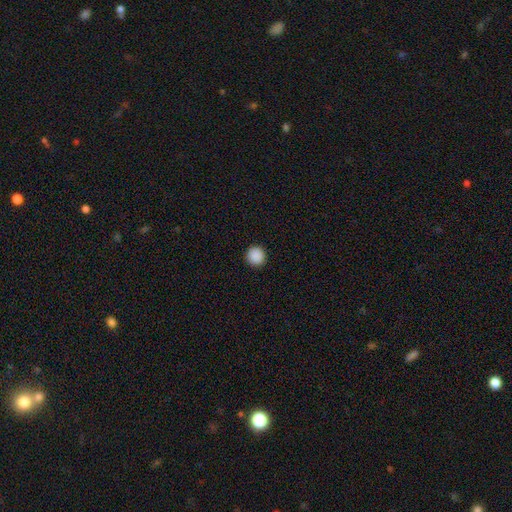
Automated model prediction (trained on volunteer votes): Smooth or featured? smooth (89%)
How rounded? round (95%)
Merging? none (94%)